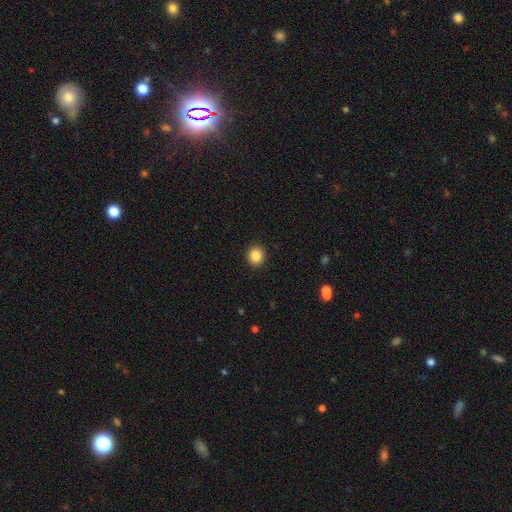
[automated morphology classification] A smooth galaxy with no disk features (87%) that is round (86%). Merging: none (92%).